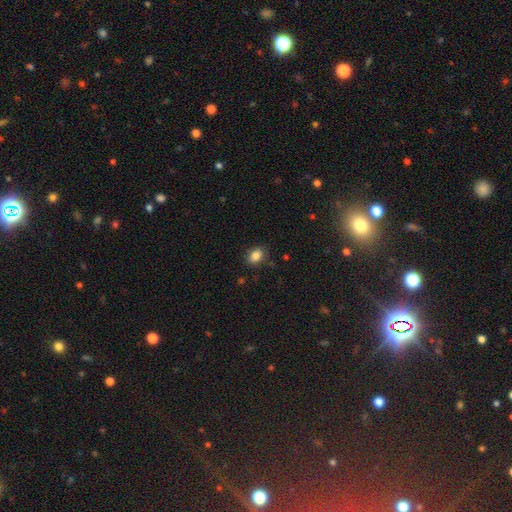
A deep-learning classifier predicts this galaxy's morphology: Q: Smooth or featured?
A: smooth (85%); runner-up: star or artifact (9%)
Q: How rounded?
A: in between (74%); runner-up: round (25%)
Q: Merging?
A: none (85%); runner-up: minor disturbance (11%)